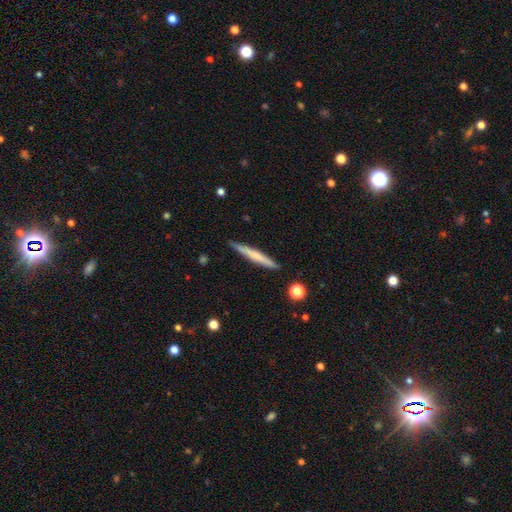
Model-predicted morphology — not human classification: smooth 51%, featured or disk 43%, star or artifact 6%. Down the decision tree: how rounded — cigar-shaped (96%); merging — none (90%).